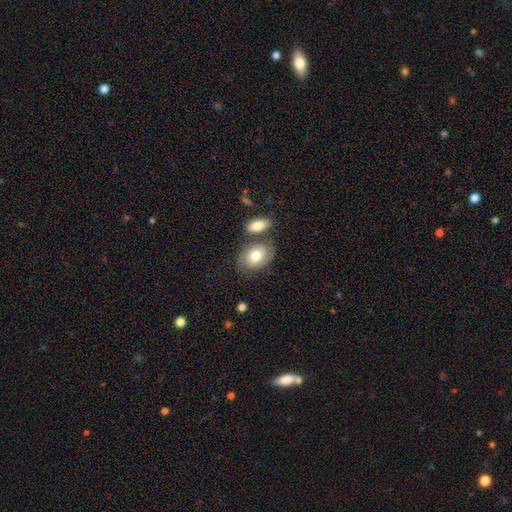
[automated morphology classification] A smooth galaxy with no disk features (61%) that is in between round and cigar-shaped (74%).

Vote fractions:
- Smooth or featured? smooth: 61% / featured or disk: 32% / star or artifact: 7%
- How rounded? in between: 74% / round: 25% / cigar-shaped: 1%
- Merging? none: 59% / merger: 18% / minor disturbance: 17% / major disturbance: 6%